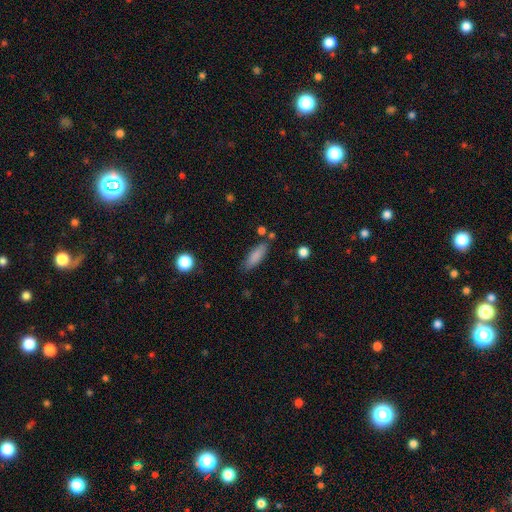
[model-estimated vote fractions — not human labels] Q: Smooth or featured?
A: smooth (84%); runner-up: featured or disk (9%)
Q: How rounded?
A: in between (53%); runner-up: cigar-shaped (45%)
Q: Merging?
A: none (79%); runner-up: minor disturbance (13%)